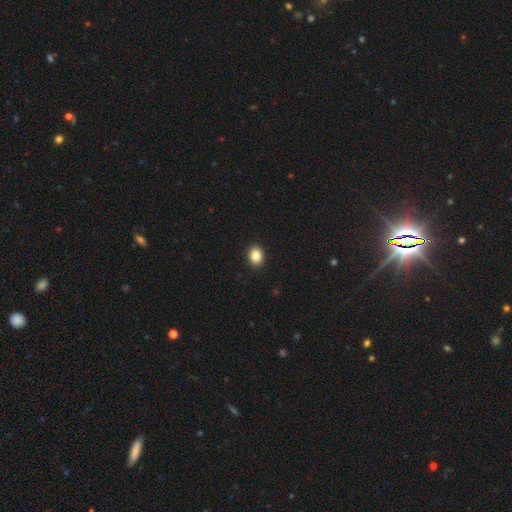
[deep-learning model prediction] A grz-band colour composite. It shows a smooth galaxy with no disk features (86%) that is round (55%). Merging: none (92%).